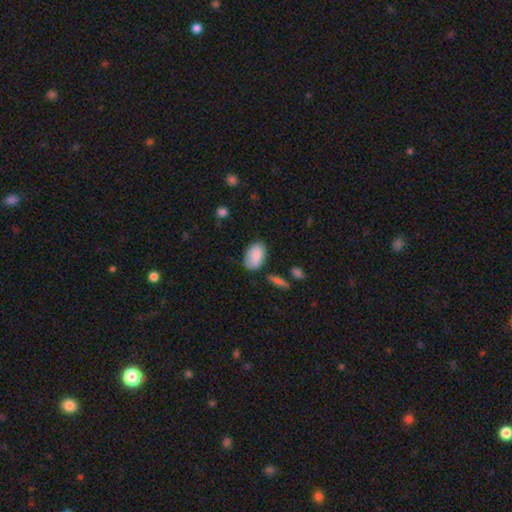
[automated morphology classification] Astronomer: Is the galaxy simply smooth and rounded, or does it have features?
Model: smooth — 83%.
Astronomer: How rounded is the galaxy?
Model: in between — 92%.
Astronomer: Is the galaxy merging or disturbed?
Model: none — 68%.